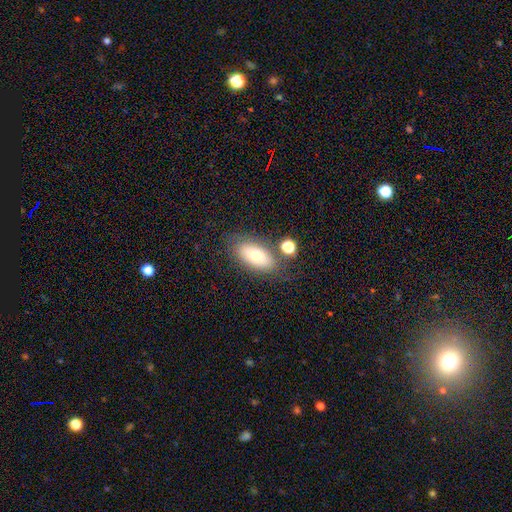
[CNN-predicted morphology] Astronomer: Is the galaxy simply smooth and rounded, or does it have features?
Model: smooth — 71%.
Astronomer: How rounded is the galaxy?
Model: in between — 87%.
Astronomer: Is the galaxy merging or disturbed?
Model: none — 73%.